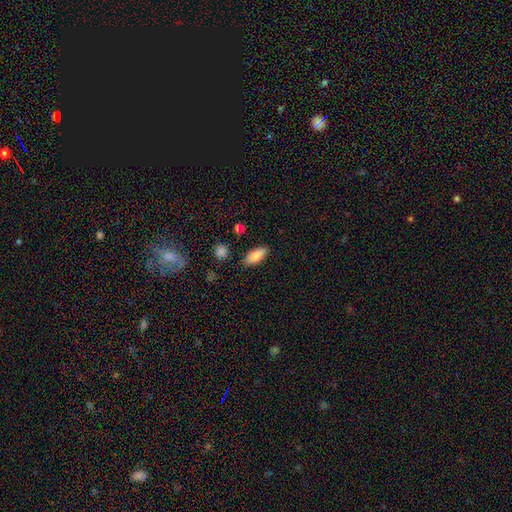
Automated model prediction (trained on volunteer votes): This appears to be a smooth galaxy with no disk features (83%) that is in between round and cigar-shaped (82%). Merging: none (84%).